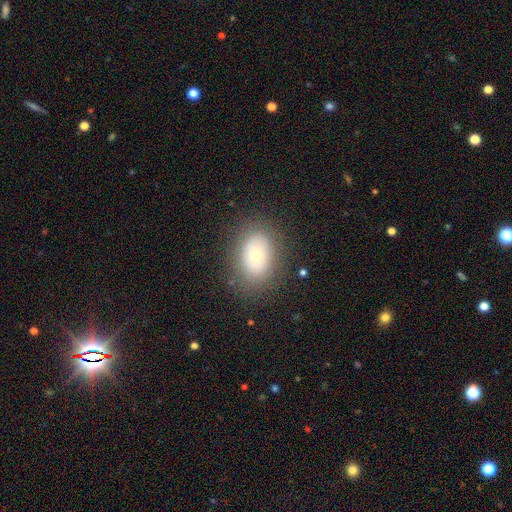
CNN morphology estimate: smooth 65%, featured or disk 25%, star or artifact 11%. Down the decision tree: how rounded — in between (77%); merging — none (81%).